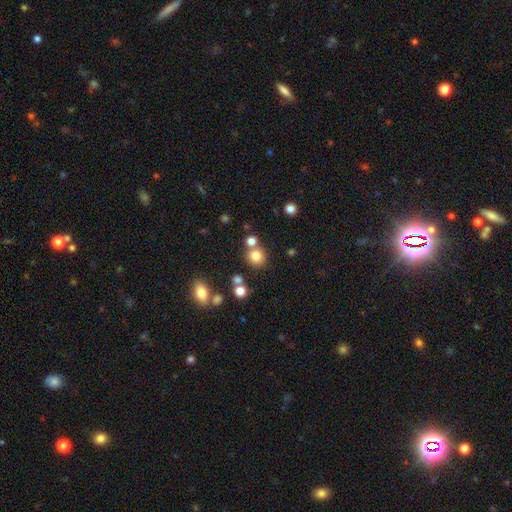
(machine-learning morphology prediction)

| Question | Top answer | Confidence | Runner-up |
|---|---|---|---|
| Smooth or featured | smooth | 78% | star or artifact (14%) |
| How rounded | round | 87% | in between (12%) |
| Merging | none | 67% | merger (20%) |